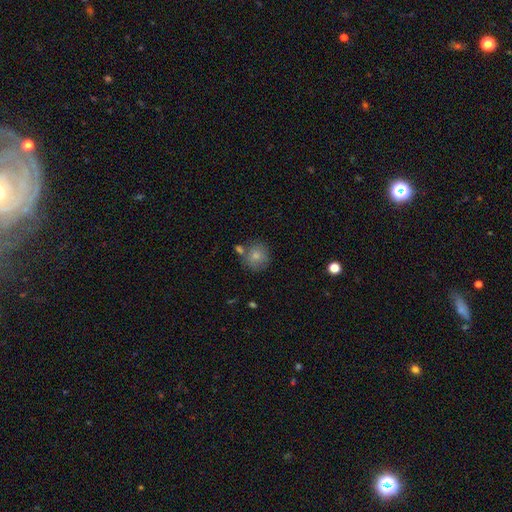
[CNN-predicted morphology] Overall: smooth (80%). How rounded: round (90%). Merging: none (68%).